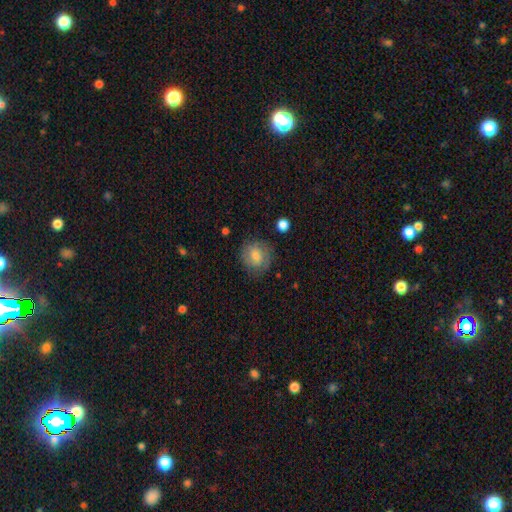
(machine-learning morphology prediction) Overall: smooth (56%; featured or disk 34%). How rounded: round (81%). Merging: none (77%).